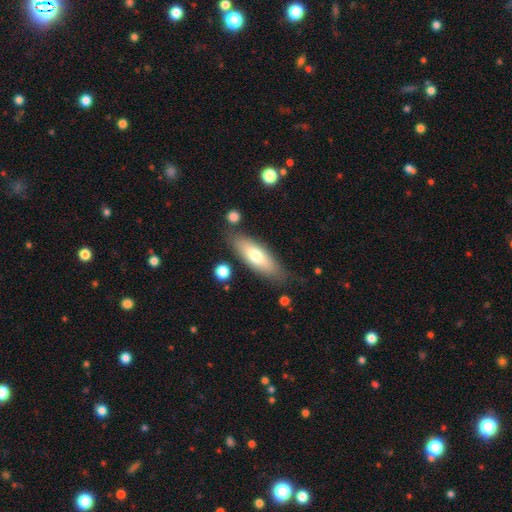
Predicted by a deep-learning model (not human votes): Morphology: type=smooth (68%); roundness=in between (62%); merging=none (77%).